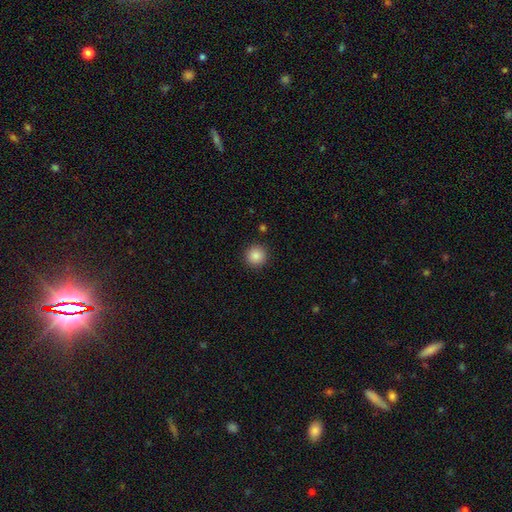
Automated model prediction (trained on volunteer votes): Smooth or featured? smooth (87%)
How rounded? round (95%)
Merging? none (92%)